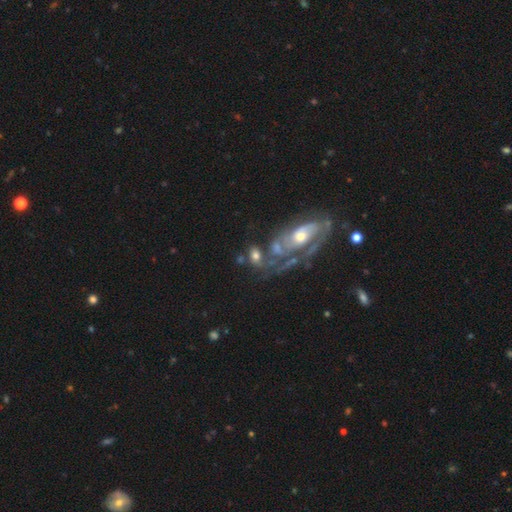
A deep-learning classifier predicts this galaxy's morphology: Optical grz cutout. It shows a smooth galaxy with no disk features (50%) that is in between round and cigar-shaped (78%). Merging: none (37%).